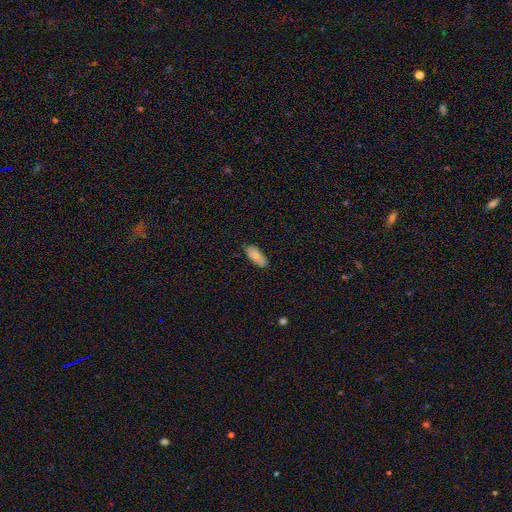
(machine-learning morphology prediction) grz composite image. It shows a smooth galaxy with no disk features (84%) that is in between round and cigar-shaped (75%). Merging: none (79%).